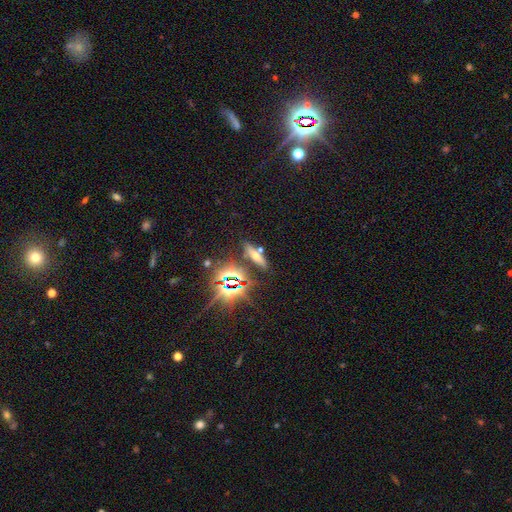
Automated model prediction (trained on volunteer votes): Overall: smooth (37%; star or artifact 36%). Merging: none (76%).